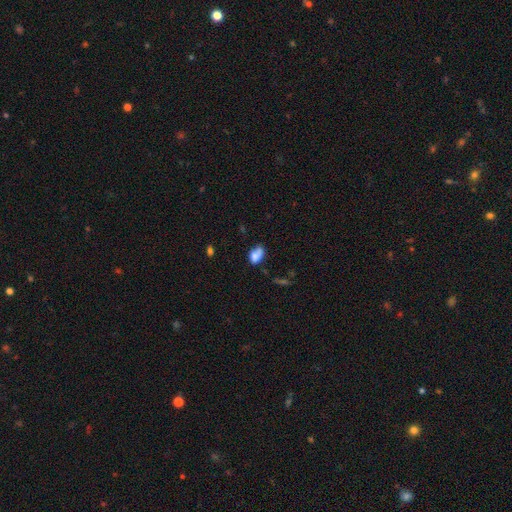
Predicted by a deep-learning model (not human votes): Smooth or featured?
  - smooth: 73% *
  - featured or disk: 17%
  - star or artifact: 10%
How rounded?
  - in between: 82% *
  - round: 16%
  - cigar-shaped: 2%
Merging?
  - none: 37% *
  - minor disturbance: 26%
  - merger: 24%
  - major disturbance: 14%